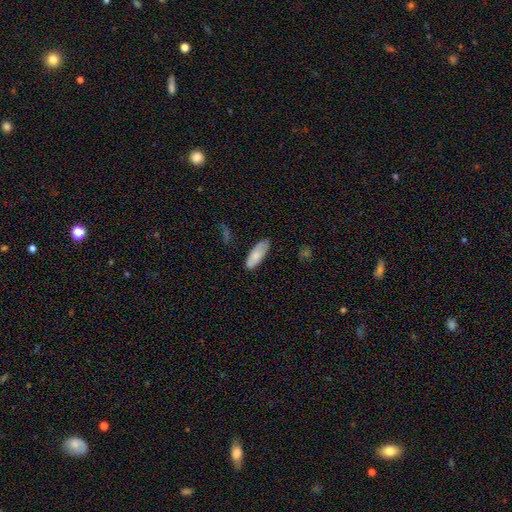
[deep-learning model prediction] Smooth or featured? smooth (80%)
How rounded? in between (74%)
Merging? none (74%)